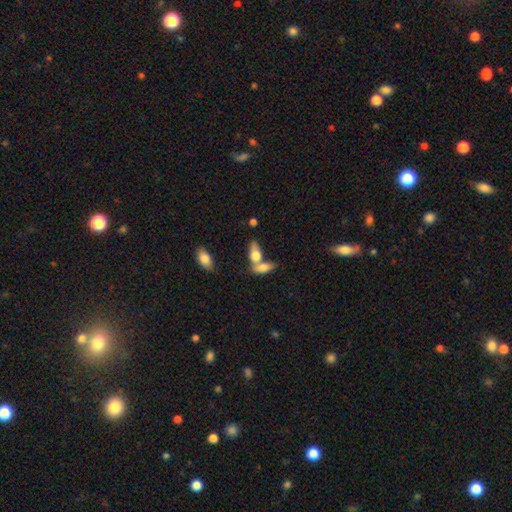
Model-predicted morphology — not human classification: Overall: smooth (73%). How rounded: in between (79%). Merging: merger (54%; none 32%).